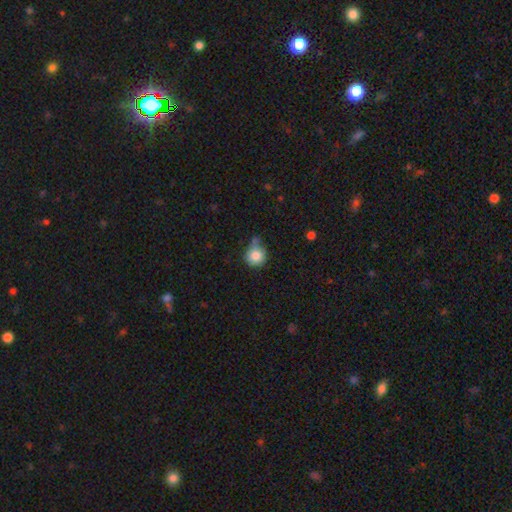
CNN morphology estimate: smooth-or-featured: smooth: 82% | star or artifact: 9% | featured or disk: 9%
  how-rounded: round: 87% | in between: 12% | cigar-shaped: 1%
  merging: none: 48% | minor disturbance: 31% | merger: 12% | major disturbance: 9%